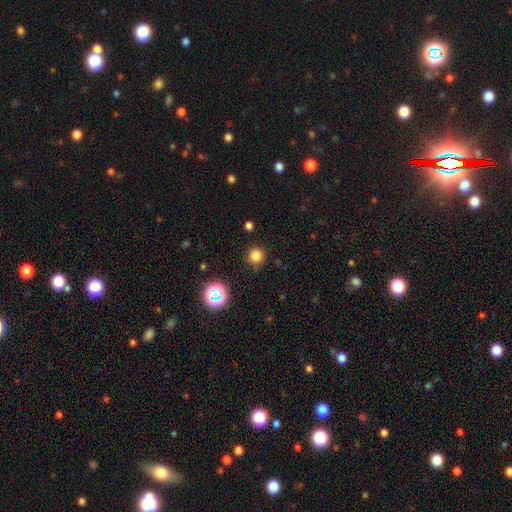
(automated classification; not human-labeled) smooth_or_featured: smooth (p=0.78) [alt: star or artifact p=0.17]
how_rounded: round (p=0.94) [alt: in between p=0.05]
merging: none (p=0.83) [alt: minor disturbance p=0.11]